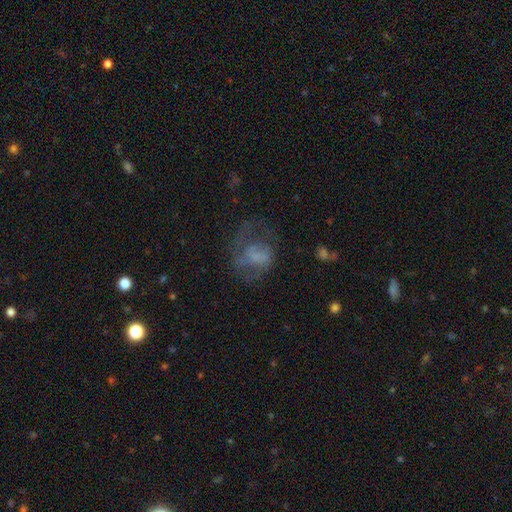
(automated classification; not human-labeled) featured or disk 45%, smooth 41%, star or artifact 13%. Down the decision tree: merging — major disturbance (41%).